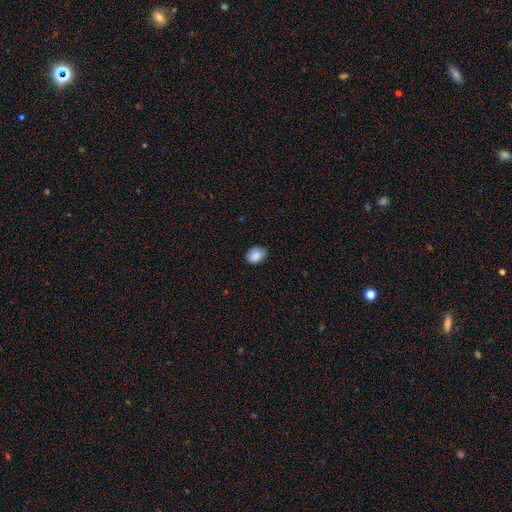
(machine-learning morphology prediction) smooth-or-featured: smooth: 87% | star or artifact: 8% | featured or disk: 5%
  how-rounded: in between: 75% | round: 24% | cigar-shaped: 1%
  merging: none: 78% | minor disturbance: 18% | major disturbance: 3% | merger: 1%